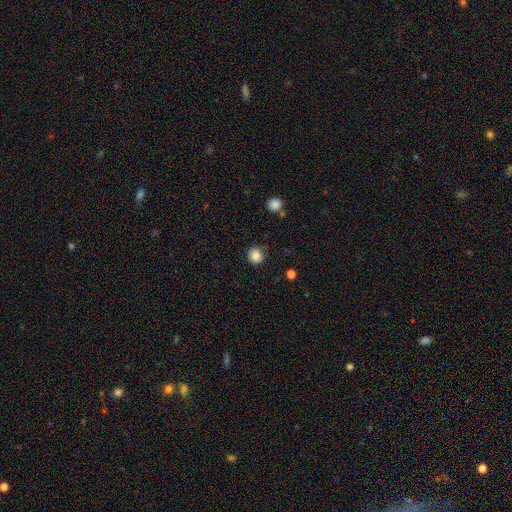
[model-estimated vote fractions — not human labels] Smooth or featured?
  - smooth: 86% *
  - star or artifact: 10%
  - featured or disk: 4%
How rounded?
  - round: 87% *
  - in between: 12%
  - cigar-shaped: 1%
Merging?
  - none: 86% *
  - minor disturbance: 10%
  - major disturbance: 3%
  - merger: 1%